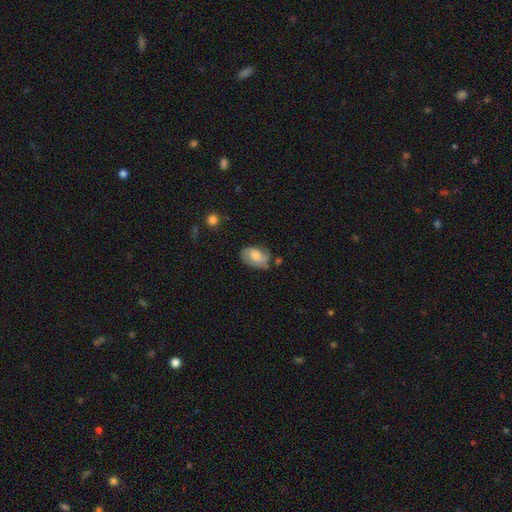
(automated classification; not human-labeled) A smooth galaxy with no disk features (60%) that is in between round and cigar-shaped (88%). Merging: none (53%).